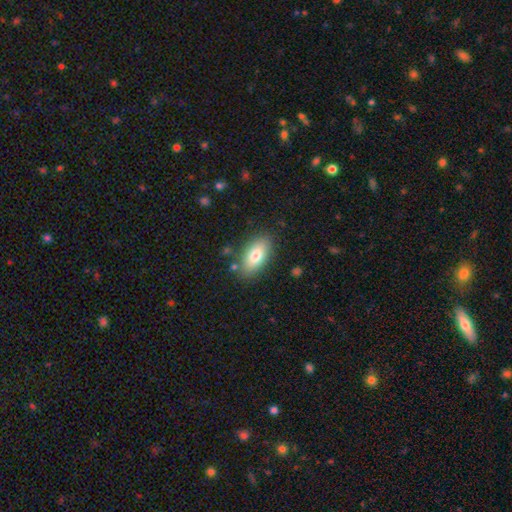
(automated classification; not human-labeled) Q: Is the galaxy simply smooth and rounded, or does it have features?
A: smooth — 76%.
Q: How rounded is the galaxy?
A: in between — 90%.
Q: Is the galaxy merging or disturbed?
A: none — 83%.